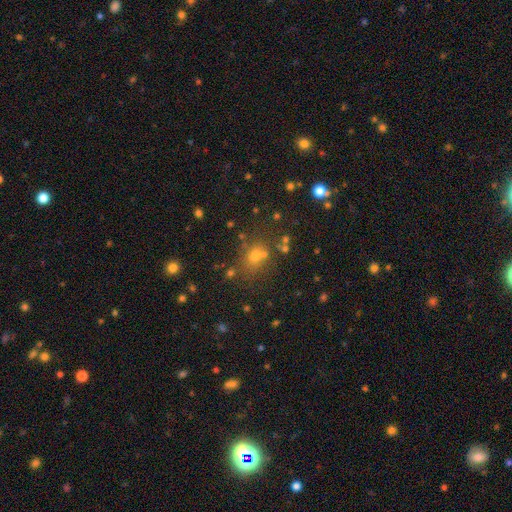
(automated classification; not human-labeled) Morphology: type=smooth (61%); roundness=round (63%); merging=none (68%).